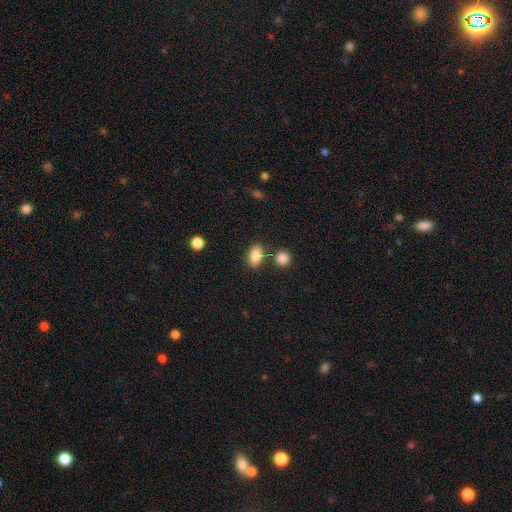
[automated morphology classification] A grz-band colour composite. It shows a smooth galaxy with no disk features (84%) that is in between round and cigar-shaped (86%). Merging: none (76%).